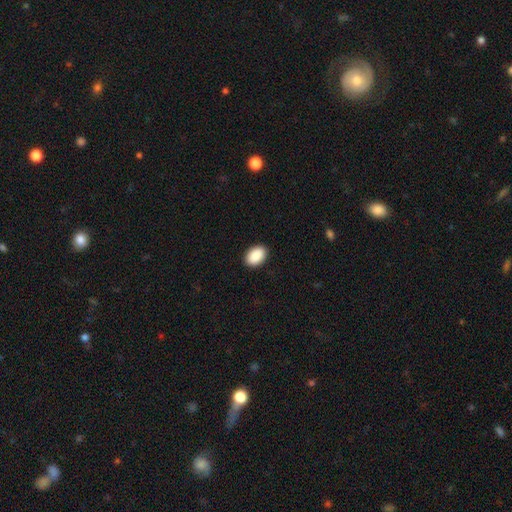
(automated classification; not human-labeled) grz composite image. It shows a smooth galaxy with no disk features (90%) that is in between round and cigar-shaped (89%). Merging: none (91%).